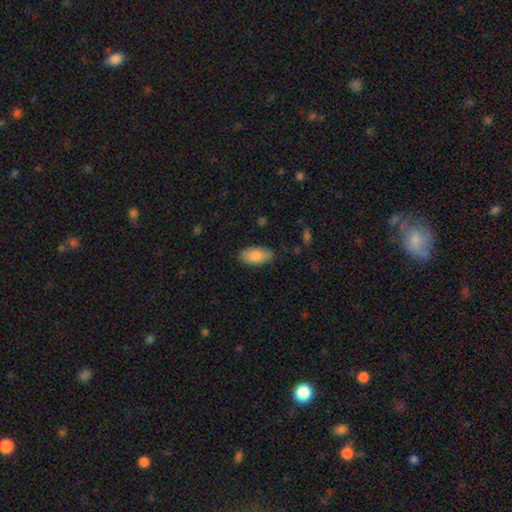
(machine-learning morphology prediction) This appears to be a smooth galaxy with no disk features (87%) that is in between round and cigar-shaped (94%). Merging: none (85%).